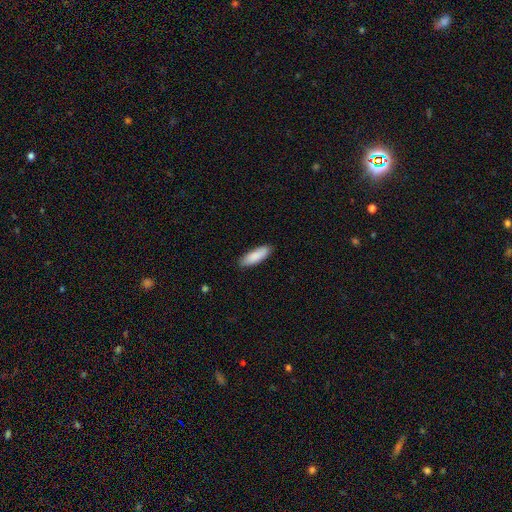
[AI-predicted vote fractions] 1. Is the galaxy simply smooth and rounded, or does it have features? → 89% smooth, 6% featured or disk, 5% star or artifact.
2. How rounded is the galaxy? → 57% in between, 42% cigar-shaped, 1% round.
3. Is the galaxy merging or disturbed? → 87% none, 10% minor disturbance, 2% major disturbance, 1% merger.